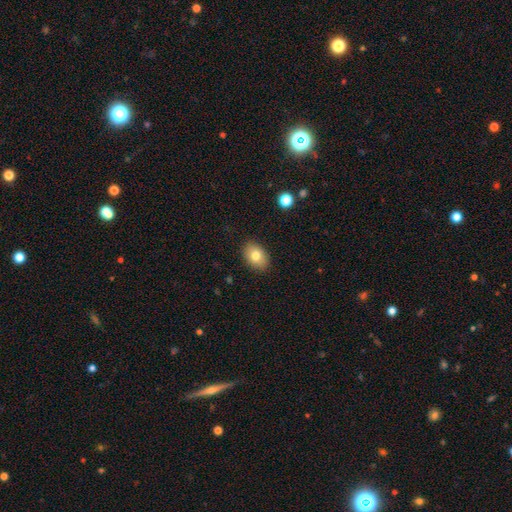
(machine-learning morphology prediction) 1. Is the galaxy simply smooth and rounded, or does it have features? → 78% smooth, 13% featured or disk, 9% star or artifact.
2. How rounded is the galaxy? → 80% in between, 19% round, 1% cigar-shaped.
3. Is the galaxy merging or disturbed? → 88% none, 9% minor disturbance, 2% major disturbance, 1% merger.